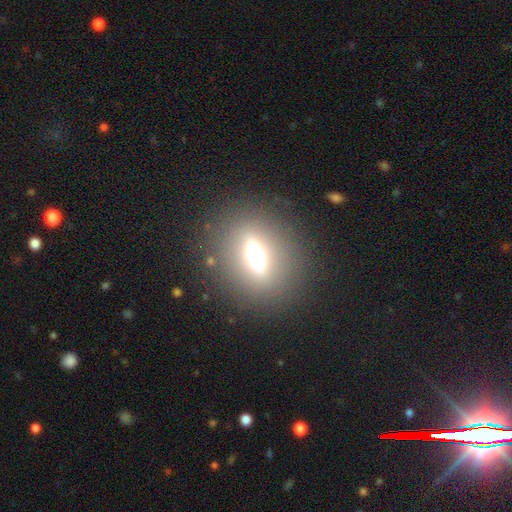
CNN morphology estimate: A smooth galaxy with no disk features (45%).

Vote fractions:
- Smooth or featured? smooth: 45% / featured or disk: 39% / star or artifact: 16%
- Merging? none: 84% / minor disturbance: 8% / major disturbance: 6% / merger: 2%